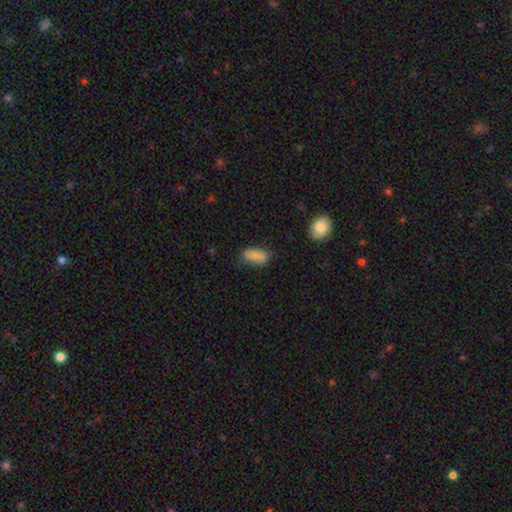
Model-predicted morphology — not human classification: smooth_or_featured: smooth (p=0.82) [alt: featured or disk p=0.10]
how_rounded: in between (p=0.85) [alt: cigar-shaped p=0.12]
merging: none (p=0.66) [alt: minor disturbance p=0.25]